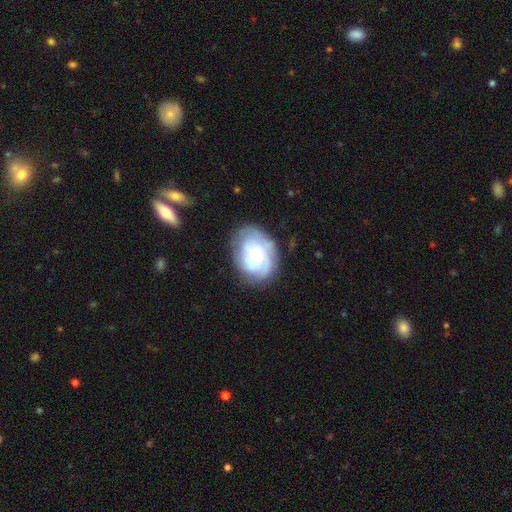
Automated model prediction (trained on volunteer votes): Smooth or featured: featured or disk — 66% (smooth — 27%)
Edge-on disk: no — 97% (yes — 3%)
Bar: no — 81% (weak — 16%)
Spiral arms: yes — 79% (no — 21%)
Spiral winding: tight — 67% (medium — 25%)
Spiral arm count: can't tell — 50% (2 — 17%)
Bulge size: moderate — 50% (small — 43%)
Merging: none — 69% (minor disturbance — 21%)